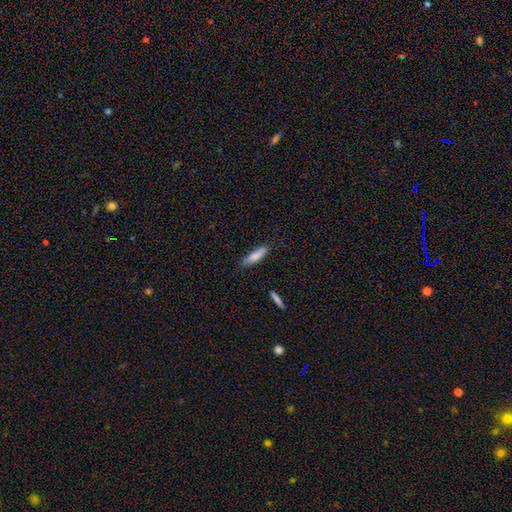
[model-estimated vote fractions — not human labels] Morphology: type=smooth (81%); roundness=cigar-shaped (67%); merging=none (83%).